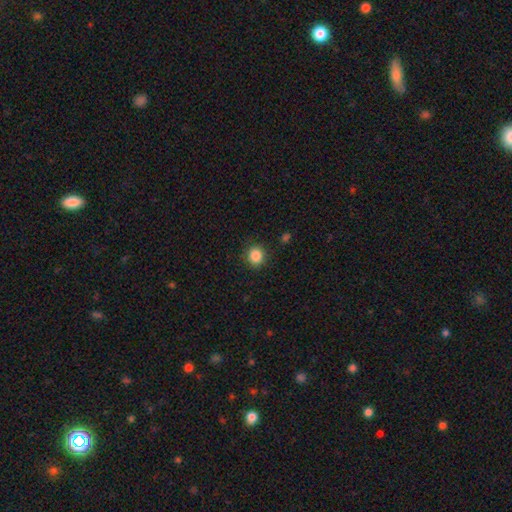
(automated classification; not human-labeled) This appears to be a smooth galaxy with no disk features (86%) that is round (83%). Merging: none (88%).